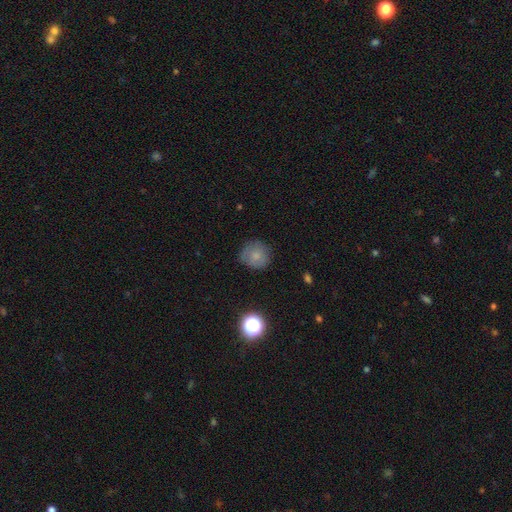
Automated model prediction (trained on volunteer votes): smooth 76%, featured or disk 13%, star or artifact 11%. Down the decision tree: how rounded — round (90%); merging — none (77%).